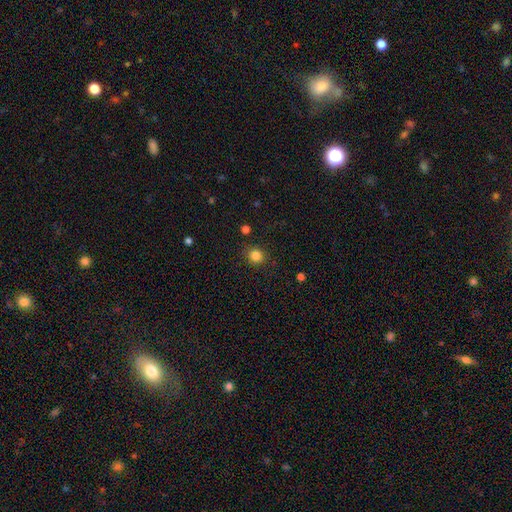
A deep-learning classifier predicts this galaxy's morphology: Smooth or featured? smooth (84%)
How rounded? round (85%)
Merging? none (87%)